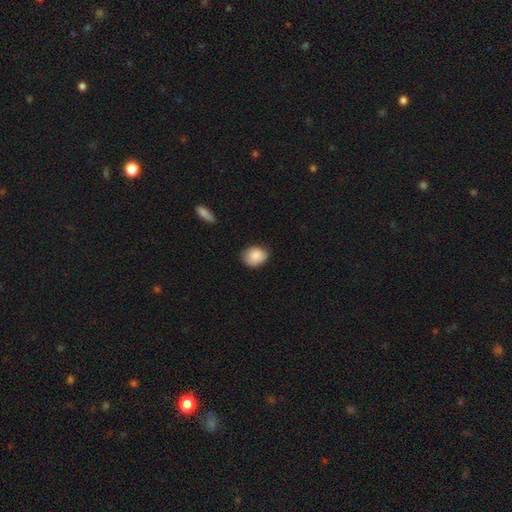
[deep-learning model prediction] Q: Smooth or featured?
A: smooth (87%); runner-up: star or artifact (7%)
Q: How rounded?
A: in between (50%); runner-up: round (49%)
Q: Merging?
A: none (71%); runner-up: minor disturbance (24%)